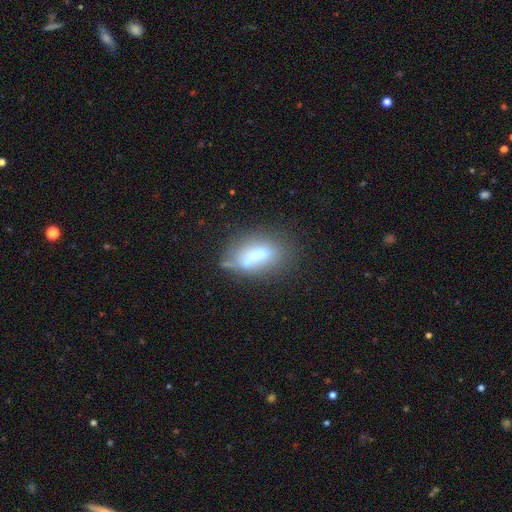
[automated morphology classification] smooth_or_featured: smooth (p=0.55) [alt: featured or disk p=0.33]
how_rounded: in between (p=0.77) [alt: cigar-shaped p=0.15]
merging: none (p=0.41) [alt: merger p=0.23]